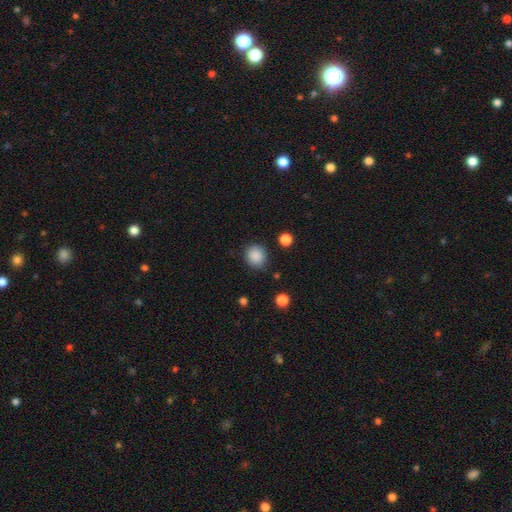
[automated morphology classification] Smooth or featured? smooth (87%)
How rounded? round (82%)
Merging? none (86%)